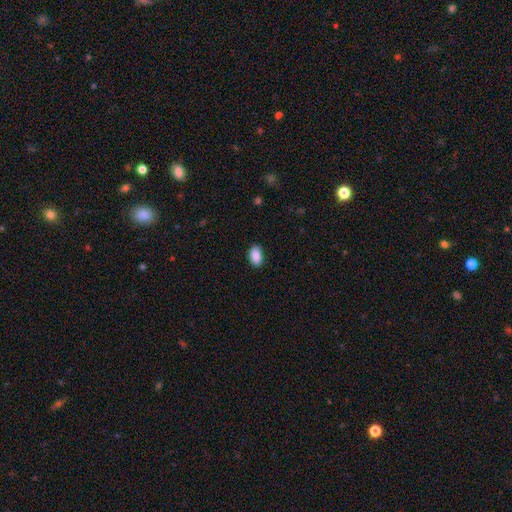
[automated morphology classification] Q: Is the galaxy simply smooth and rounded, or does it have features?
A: smooth — 90%.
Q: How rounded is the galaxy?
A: in between — 92%.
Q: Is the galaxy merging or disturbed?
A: none — 87%.